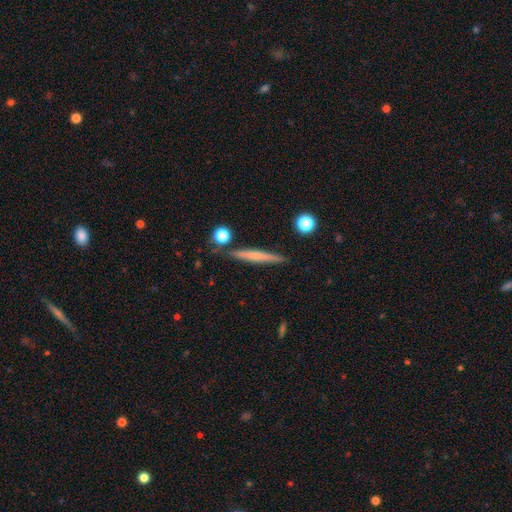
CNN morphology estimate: A smooth galaxy with no disk features (52%) that is cigar-shaped (94%).

Vote fractions:
- Smooth or featured? smooth: 52% / featured or disk: 41% / star or artifact: 7%
- How rounded? cigar-shaped: 94% / in between: 3% / round: 2%
- Merging? none: 85% / minor disturbance: 9% / merger: 4% / major disturbance: 2%